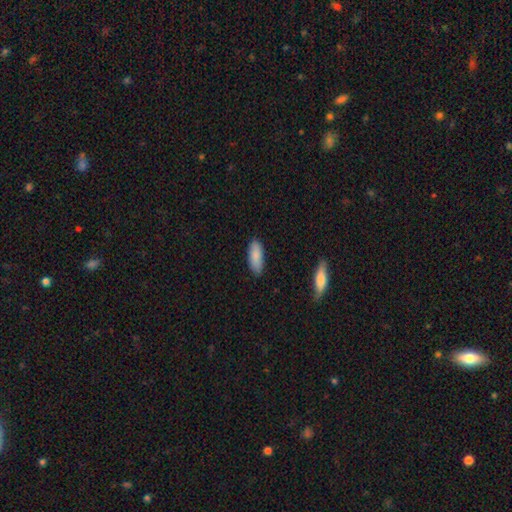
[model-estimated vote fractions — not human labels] Smooth or featured?
  - smooth: 87% *
  - featured or disk: 7%
  - star or artifact: 6%
How rounded?
  - in between: 79% *
  - cigar-shaped: 19%
  - round: 2%
Merging?
  - none: 85% *
  - minor disturbance: 11%
  - major disturbance: 2%
  - merger: 1%